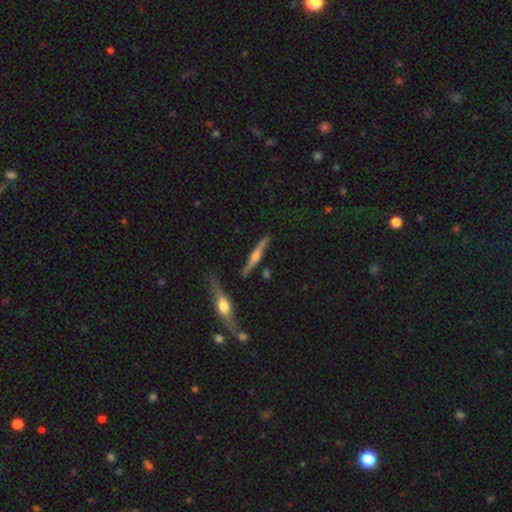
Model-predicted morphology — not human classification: A featured or disk galaxy (73%) viewed edge-on (97%) with a rounded central bulge (84%). Merging: none (83%).